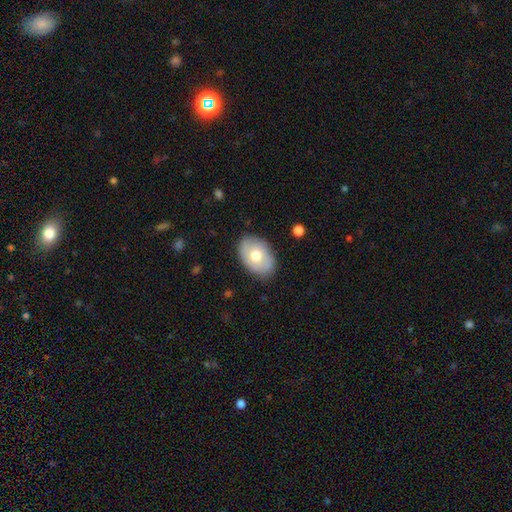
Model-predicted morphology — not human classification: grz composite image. It shows a smooth galaxy with no disk features (66%) that is in between round and cigar-shaped (86%). Merging: none (81%).